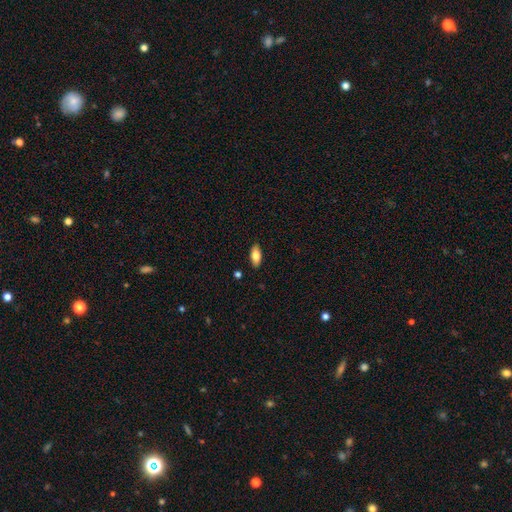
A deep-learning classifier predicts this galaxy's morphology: The model was most divided on "smooth or featured": smooth: 81%, featured or disk: 12%, star or artifact: 7%. More confident: merging — none (88%); how rounded — in between (87%).